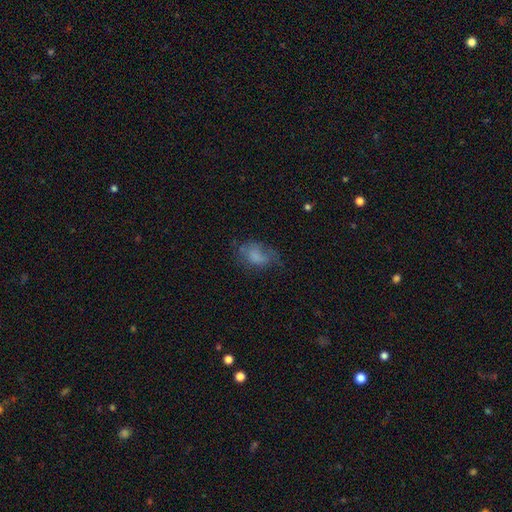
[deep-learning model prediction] Smooth or featured?
  - smooth: 62% *
  - featured or disk: 26%
  - star or artifact: 12%
How rounded?
  - in between: 82% *
  - round: 16%
  - cigar-shaped: 2%
Merging?
  - none: 40% *
  - minor disturbance: 29%
  - major disturbance: 28%
  - merger: 3%